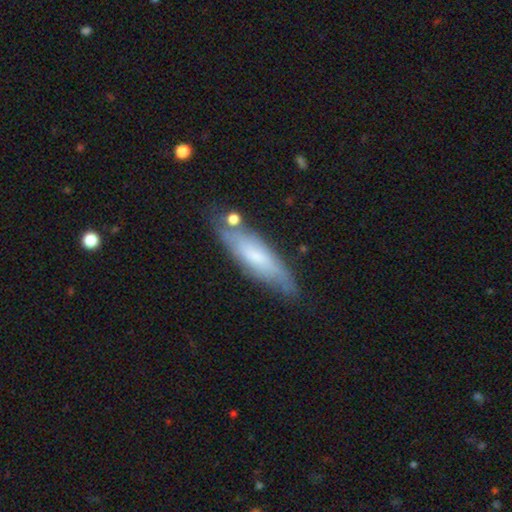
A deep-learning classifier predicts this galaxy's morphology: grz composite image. It shows a smooth galaxy with no disk features (54%) that is cigar-shaped (63%). Merging: none (70%).